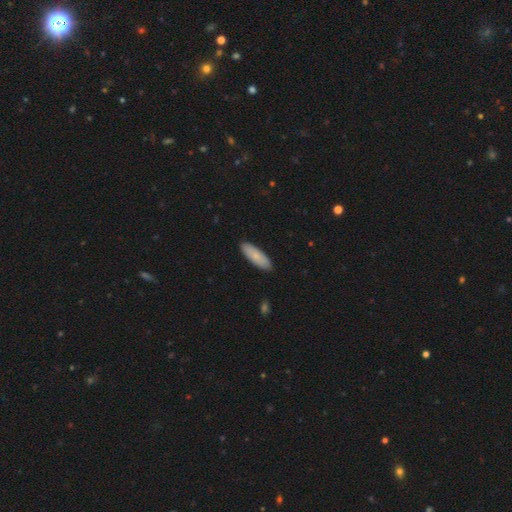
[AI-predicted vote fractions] Smooth or featured? smooth (80%)
How rounded? in between (58%)
Merging? none (89%)